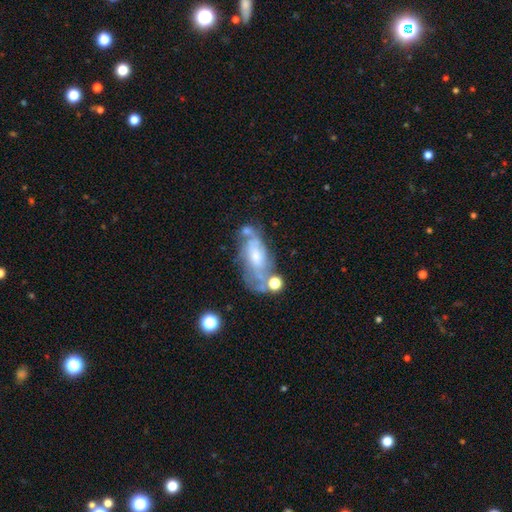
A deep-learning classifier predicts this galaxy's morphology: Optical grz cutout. It shows a featured or disk galaxy (68%) with no bar (67%), spiral arms (70%) and a small central bulge (49%). Merging: none (43%).